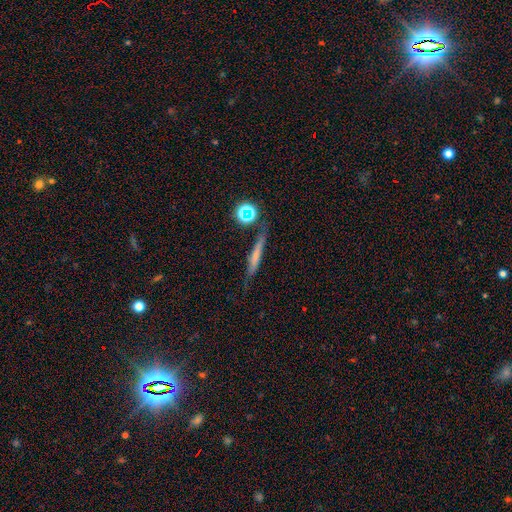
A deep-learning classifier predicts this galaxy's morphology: smooth_or_featured: smooth (p=0.52) [alt: featured or disk p=0.36]
how_rounded: cigar-shaped (p=0.86) [alt: in between p=0.08]
merging: none (p=0.70) [alt: minor disturbance p=0.19]